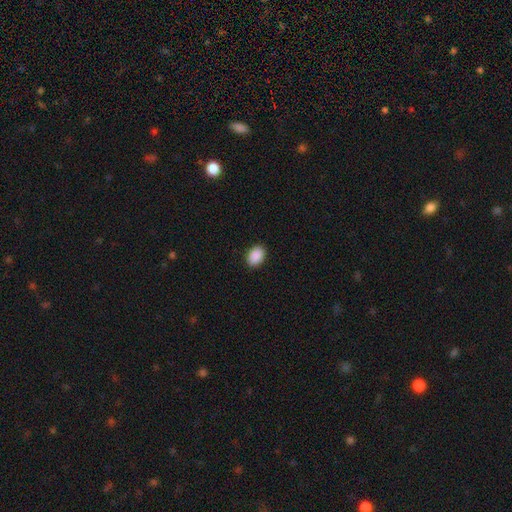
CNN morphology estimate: A smooth galaxy with no disk features (91%) that is in between round and cigar-shaped (79%). Merging: none (91%).